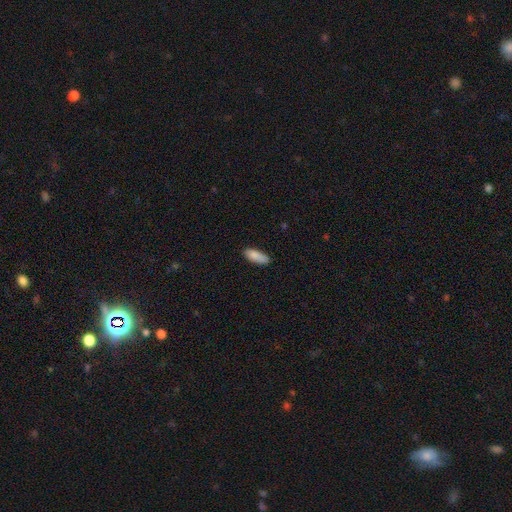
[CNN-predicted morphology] smooth_or_featured: smooth (p=0.87) [alt: star or artifact p=0.07]
how_rounded: in between (p=0.72) [alt: cigar-shaped p=0.26]
merging: none (p=0.77) [alt: minor disturbance p=0.19]